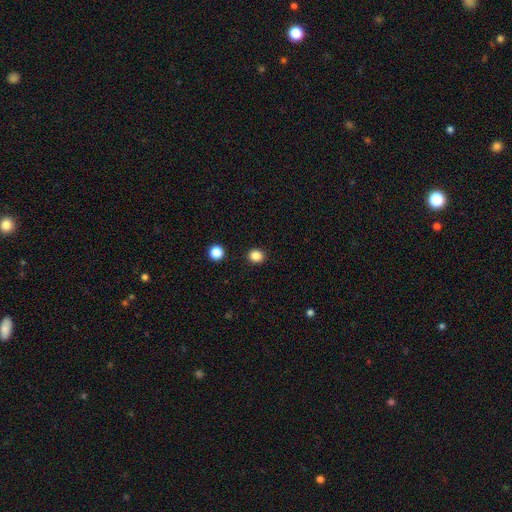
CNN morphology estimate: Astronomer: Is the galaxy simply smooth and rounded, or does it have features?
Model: smooth — 85%.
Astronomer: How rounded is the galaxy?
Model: round — 80%.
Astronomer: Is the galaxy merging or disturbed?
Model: none — 91%.